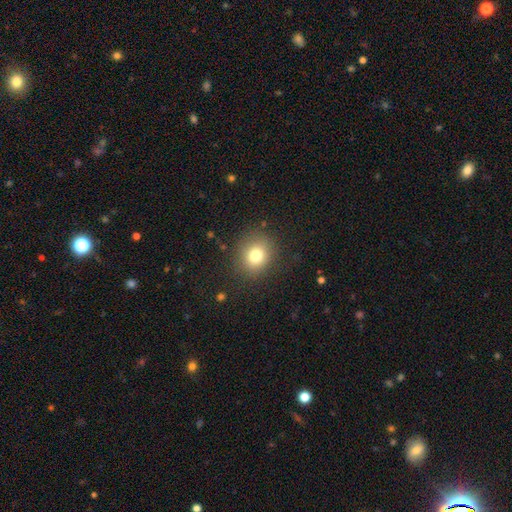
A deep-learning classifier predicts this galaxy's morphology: Overall: smooth (77%). How rounded: round (77%). Merging: none (85%).